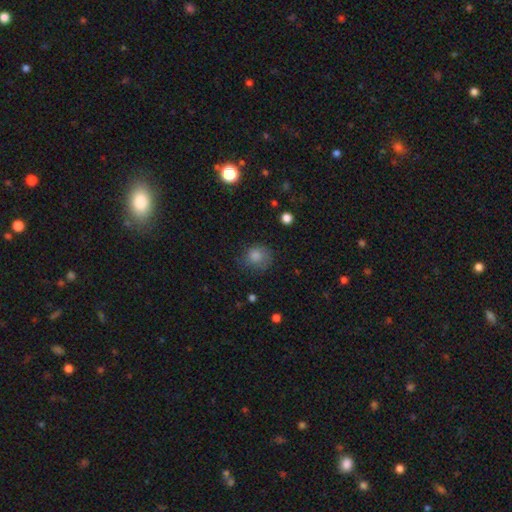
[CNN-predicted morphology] Smooth or featured?
  - smooth: 77% *
  - star or artifact: 14%
  - featured or disk: 9%
How rounded?
  - round: 80% *
  - in between: 19%
  - cigar-shaped: 1%
Merging?
  - none: 69% *
  - minor disturbance: 21%
  - major disturbance: 8%
  - merger: 2%